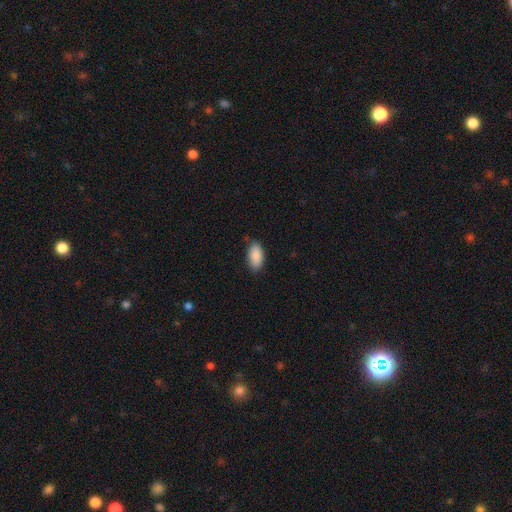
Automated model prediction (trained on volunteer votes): This appears to be a smooth galaxy with no disk features (89%) that is in between round and cigar-shaped (94%). Merging: none (82%).